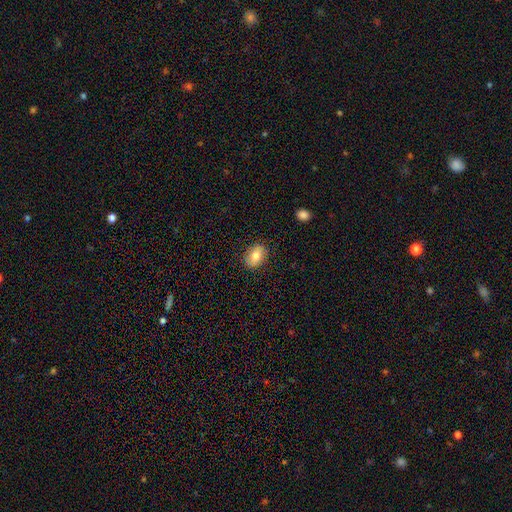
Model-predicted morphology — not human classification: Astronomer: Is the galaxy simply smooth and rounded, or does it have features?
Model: smooth — 76%.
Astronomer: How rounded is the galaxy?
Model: in between — 75%.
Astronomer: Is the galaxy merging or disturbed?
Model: none — 87%.